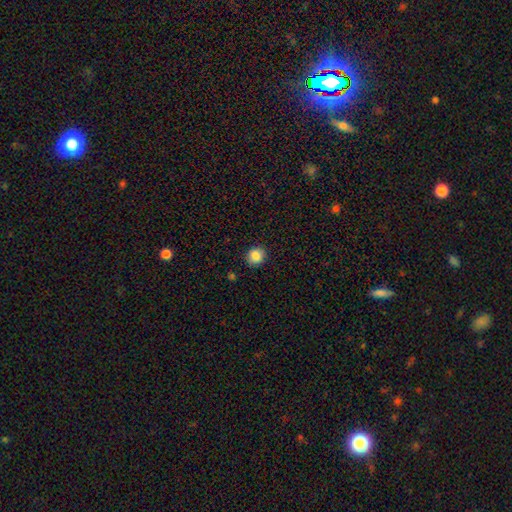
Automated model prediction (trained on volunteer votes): smooth-or-featured: smooth: 85% | star or artifact: 10% | featured or disk: 6%
  how-rounded: round: 85% | in between: 14% | cigar-shaped: 1%
  merging: none: 90% | minor disturbance: 7% | major disturbance: 2% | merger: 1%